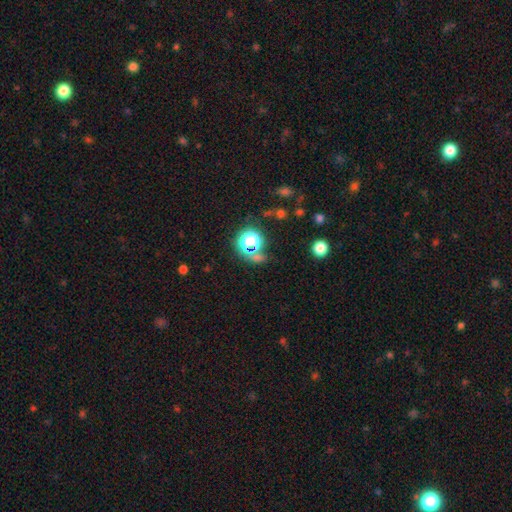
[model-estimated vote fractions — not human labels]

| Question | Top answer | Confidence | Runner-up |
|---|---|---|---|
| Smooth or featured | star or artifact | 61% | smooth (29%) |